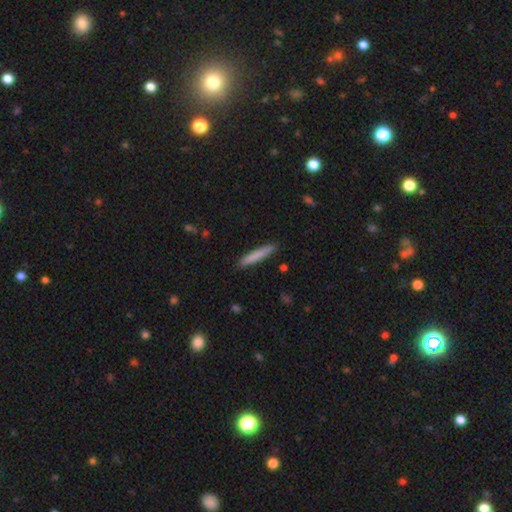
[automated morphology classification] The model was most divided on "smooth or featured": smooth: 79%, featured or disk: 15%, star or artifact: 6%. More confident: how rounded — cigar-shaped (95%); merging — none (90%).